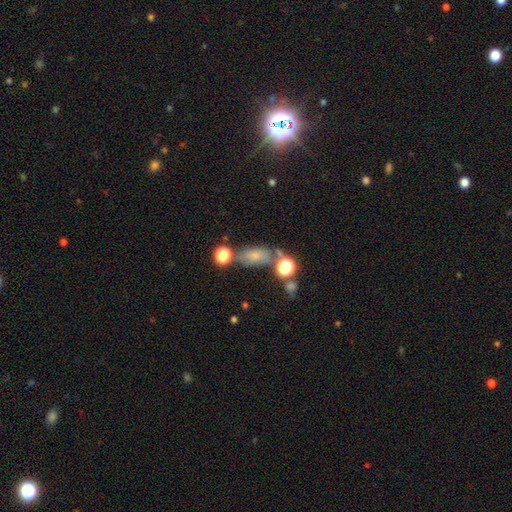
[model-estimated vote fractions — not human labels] This appears to be a smooth galaxy with no disk features (64%) that is in between round and cigar-shaped (74%). Merging: none (59%).